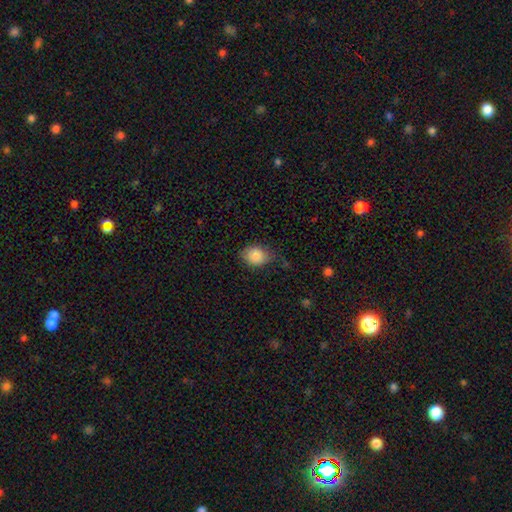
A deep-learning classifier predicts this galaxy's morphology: smooth 86%, star or artifact 8%, featured or disk 6%. Down the decision tree: how rounded — in between (56%); merging — none (58%).